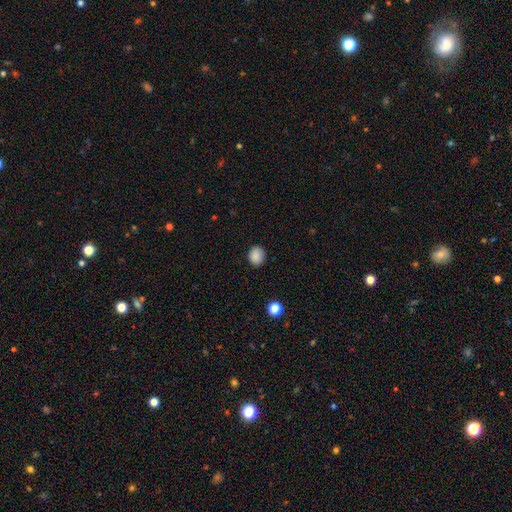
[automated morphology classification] Smooth or featured: smooth — 88% (star or artifact — 9%)
How rounded: round — 55% (in between — 44%)
Merging: none — 88% (minor disturbance — 9%)